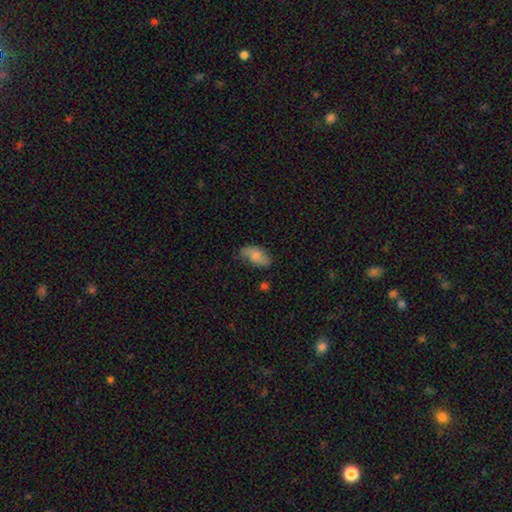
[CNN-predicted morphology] Q: Smooth or featured?
A: smooth (73%); runner-up: featured or disk (20%)
Q: How rounded?
A: in between (93%); runner-up: cigar-shaped (4%)
Q: Merging?
A: none (63%); runner-up: minor disturbance (28%)